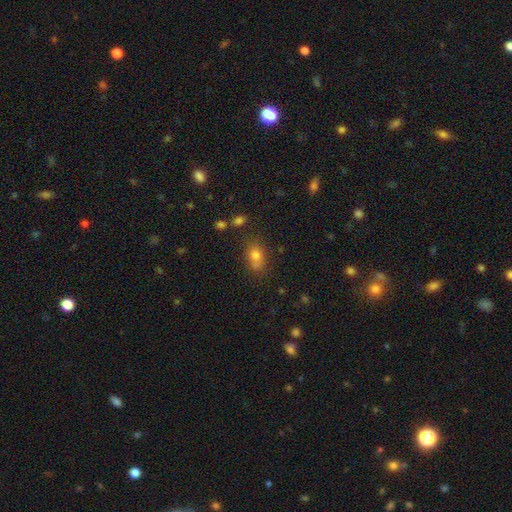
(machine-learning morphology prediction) smooth_or_featured: smooth (p=0.73) [alt: star or artifact p=0.15]
how_rounded: in between (p=0.59) [alt: round p=0.39]
merging: none (p=0.62) [alt: minor disturbance p=0.18]